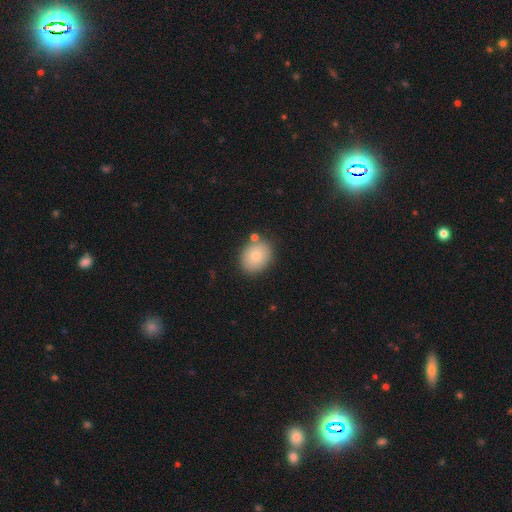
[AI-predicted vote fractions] smooth 81%, featured or disk 11%, star or artifact 8%. Down the decision tree: how rounded — round (50%); merging — none (79%).